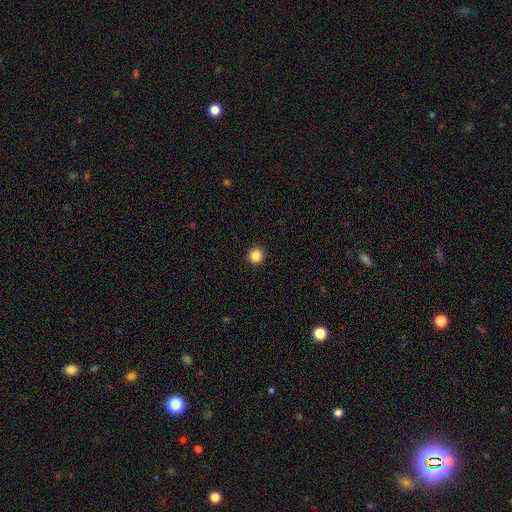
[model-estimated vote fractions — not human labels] A smooth galaxy with no disk features (85%) that is round (96%). Merging: none (94%).